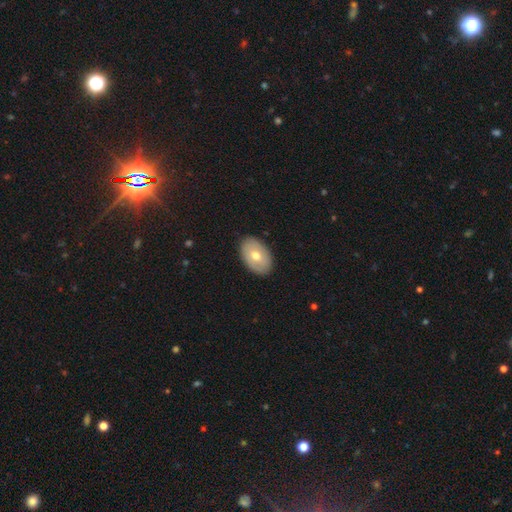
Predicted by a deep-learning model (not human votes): Smooth or featured? Predicted: smooth (p=0.61). How rounded? Predicted: in between (p=0.88). Merging? Predicted: none (p=0.88).